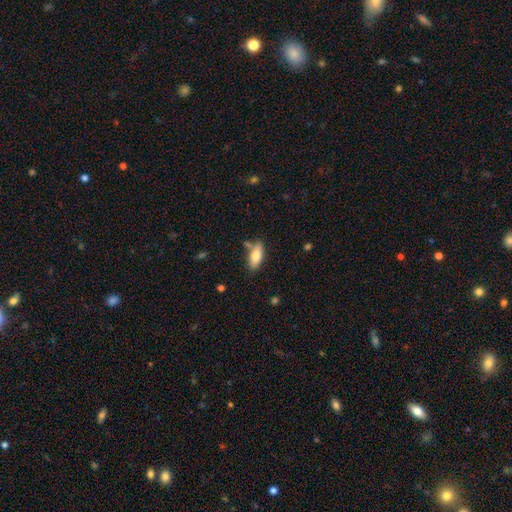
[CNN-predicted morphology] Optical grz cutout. It shows a smooth galaxy with no disk features (77%) that is in between round and cigar-shaped (83%). Merging: none (70%).